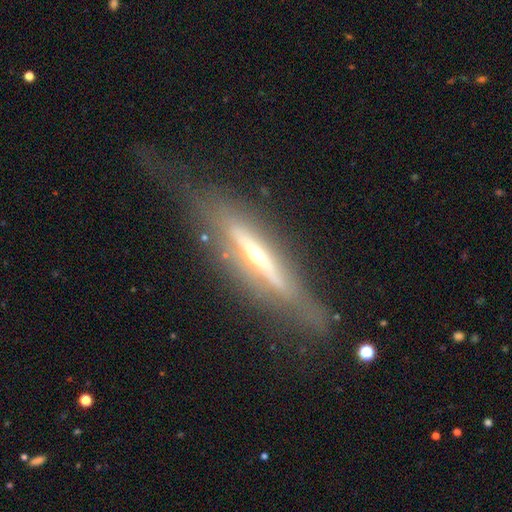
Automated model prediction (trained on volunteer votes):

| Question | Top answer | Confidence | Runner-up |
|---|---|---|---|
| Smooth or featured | featured or disk | 78% | smooth (15%) |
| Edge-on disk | yes | 89% | no (11%) |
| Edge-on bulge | rounded | 84% | none (11%) |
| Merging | none | 57% | minor disturbance (24%) |